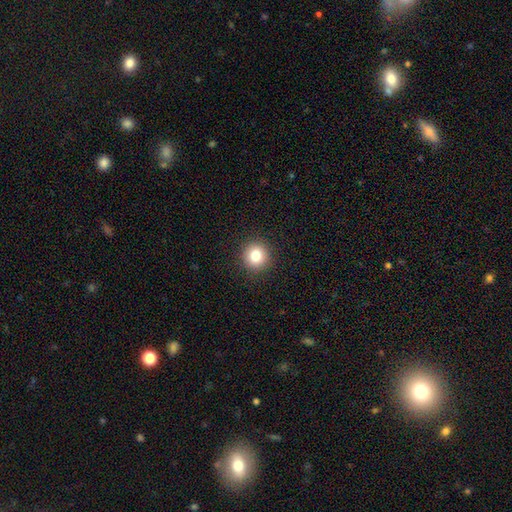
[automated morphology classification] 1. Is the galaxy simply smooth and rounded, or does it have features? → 82% smooth, 11% star or artifact, 7% featured or disk.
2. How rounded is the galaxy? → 93% round, 6% in between, 1% cigar-shaped.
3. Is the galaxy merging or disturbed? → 92% none, 5% minor disturbance, 2% major disturbance, 1% merger.